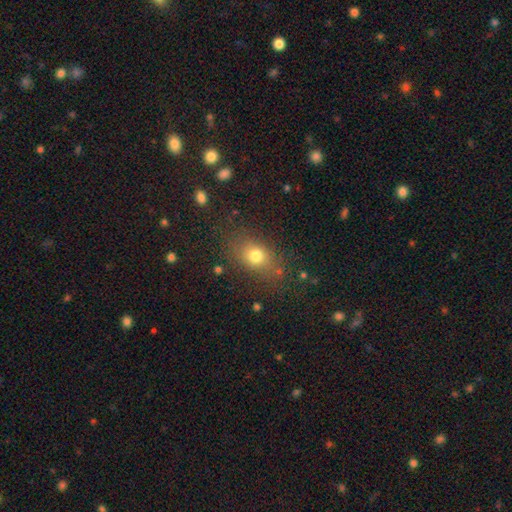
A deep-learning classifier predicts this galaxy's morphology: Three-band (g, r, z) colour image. It shows a smooth galaxy with no disk features (74%) that is in between round and cigar-shaped (62%). Merging: none (75%).